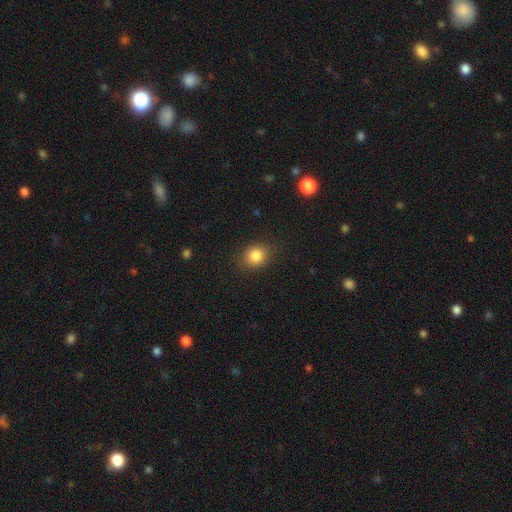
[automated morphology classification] The model was most divided on "how rounded": round: 67%, in between: 32%, cigar-shaped: 1%. More confident: merging — none (85%); smooth or featured — smooth (84%).